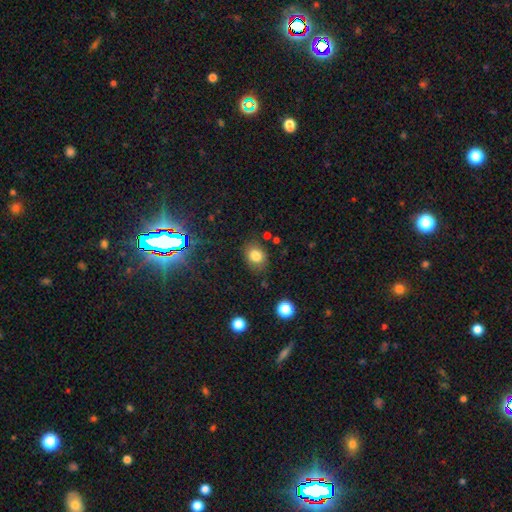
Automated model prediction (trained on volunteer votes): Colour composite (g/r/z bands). It shows a smooth galaxy with no disk features (79%) that is round (50%). Merging: none (75%).